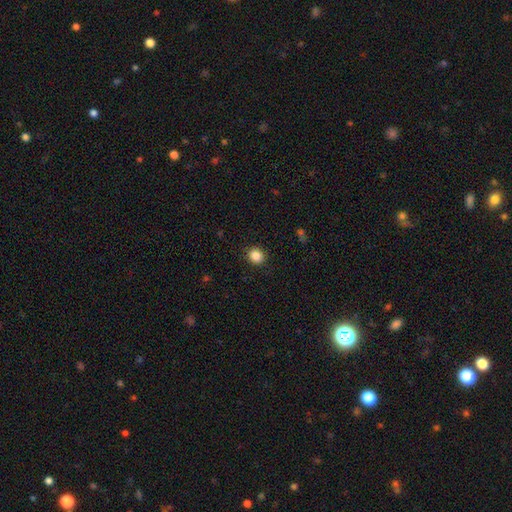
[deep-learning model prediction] A smooth galaxy with no disk features (86%) that is round (80%). Merging: none (91%).